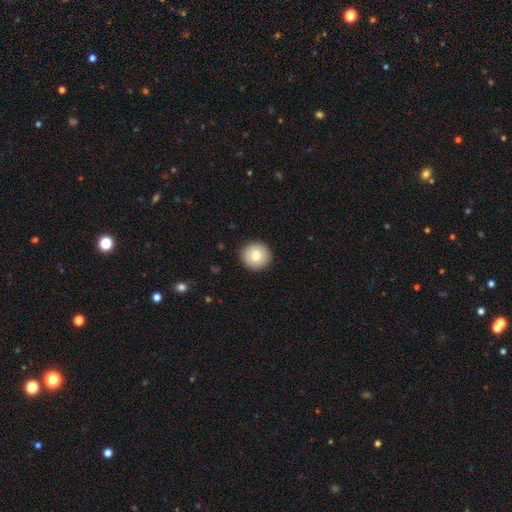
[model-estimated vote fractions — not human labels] Morphology: type=smooth (76%); roundness=round (96%); merging=none (92%).